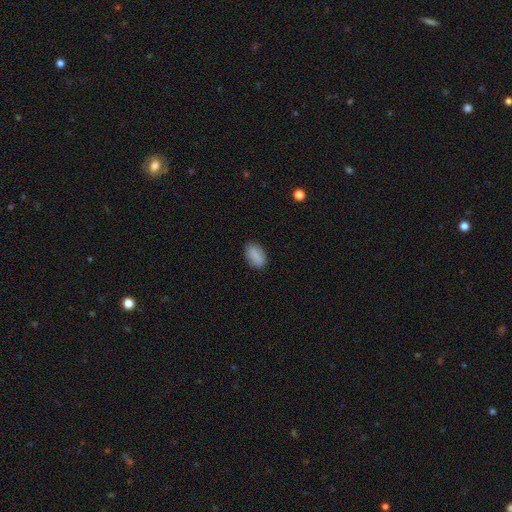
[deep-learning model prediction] smooth 85%, featured or disk 7%, star or artifact 7%. Down the decision tree: how rounded — in between (90%); merging — none (85%).